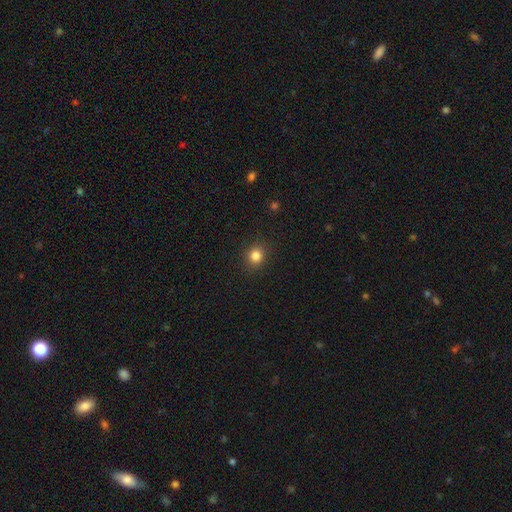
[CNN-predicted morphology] Overall: smooth (84%). How rounded: round (82%). Merging: none (90%).